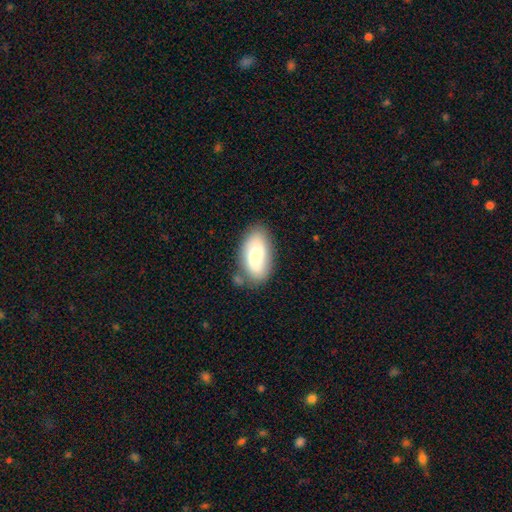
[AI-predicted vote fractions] smooth_or_featured: smooth (p=0.61) [alt: featured or disk p=0.33]
how_rounded: in between (p=0.93) [alt: round p=0.04]
merging: none (p=0.72) [alt: minor disturbance p=0.18]